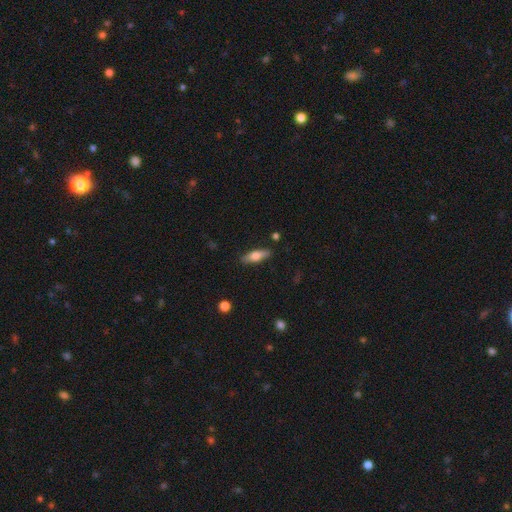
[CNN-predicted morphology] smooth_or_featured: smooth (p=0.57) [alt: featured or disk p=0.37]
how_rounded: cigar-shaped (p=0.51) [alt: in between p=0.46]
merging: none (p=0.87) [alt: minor disturbance p=0.09]